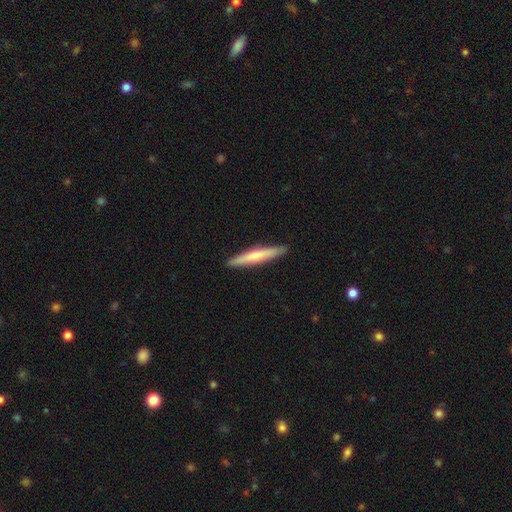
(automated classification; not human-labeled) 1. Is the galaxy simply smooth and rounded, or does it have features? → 61% smooth, 34% featured or disk, 5% star or artifact.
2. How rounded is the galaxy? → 95% cigar-shaped, 4% in between, 1% round.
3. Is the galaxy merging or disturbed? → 91% none, 6% minor disturbance, 1% major disturbance, 1% merger.